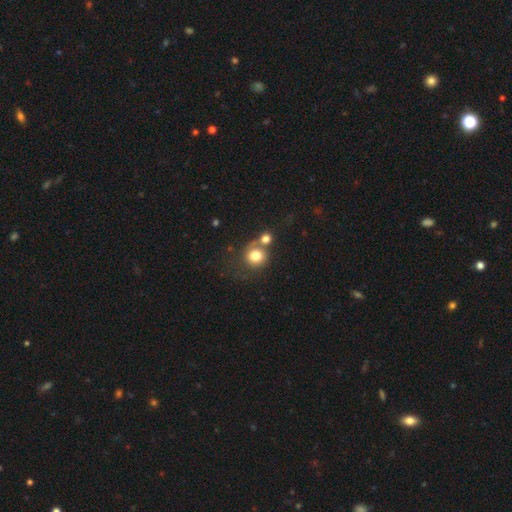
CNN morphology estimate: Smooth or featured?
  - smooth: 78% *
  - featured or disk: 12%
  - star or artifact: 10%
How rounded?
  - round: 84% *
  - in between: 15%
  - cigar-shaped: 1%
Merging?
  - none: 42% * (tied)
  - merger: 42% * (tied)
  - minor disturbance: 10%
  - major disturbance: 6%